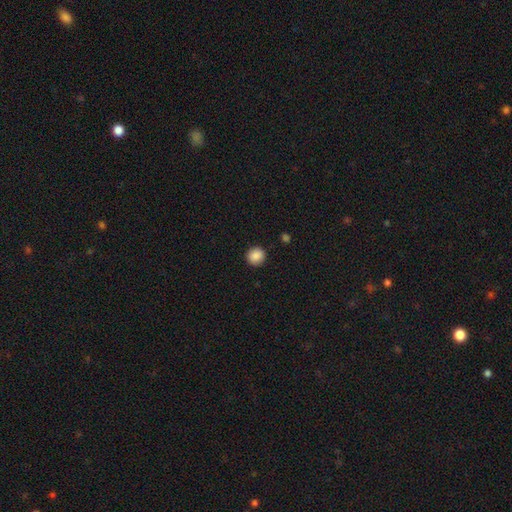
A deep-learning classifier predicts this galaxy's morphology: Overall: smooth (88%). How rounded: round (91%). Merging: none (91%).